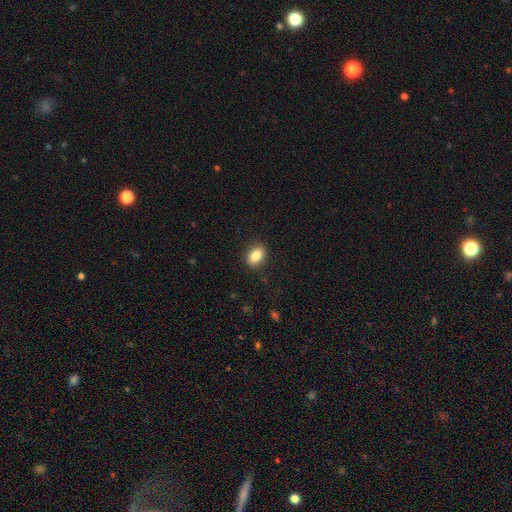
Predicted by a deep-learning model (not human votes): Q: Smooth or featured?
A: smooth (84%); runner-up: star or artifact (8%)
Q: How rounded?
A: in between (81%); runner-up: round (17%)
Q: Merging?
A: none (89%); runner-up: minor disturbance (8%)